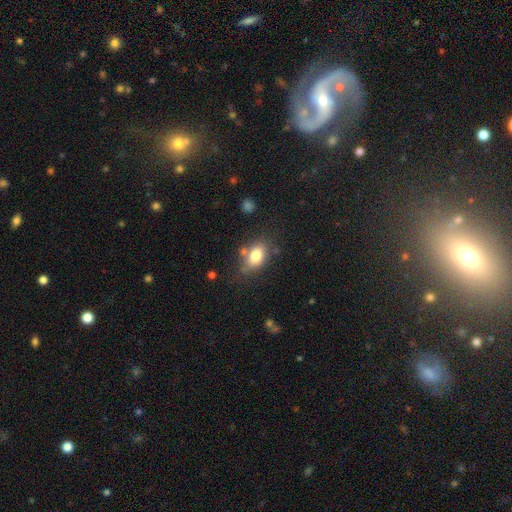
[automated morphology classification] Q: Smooth or featured?
A: smooth (78%); runner-up: featured or disk (13%)
Q: How rounded?
A: in between (80%); runner-up: round (18%)
Q: Merging?
A: none (66%); runner-up: minor disturbance (19%)